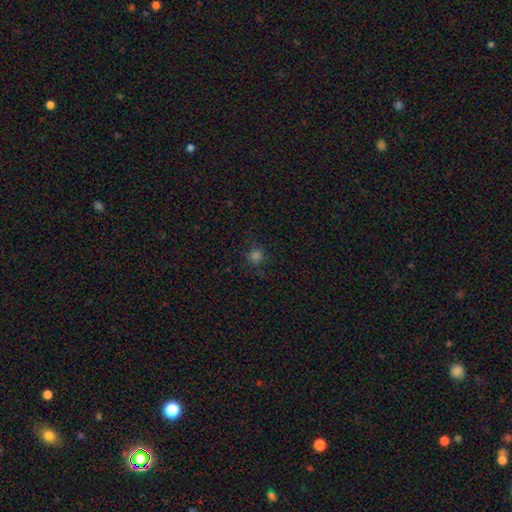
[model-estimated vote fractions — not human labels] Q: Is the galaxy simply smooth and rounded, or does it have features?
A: smooth — 71%.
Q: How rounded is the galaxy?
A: round — 92%.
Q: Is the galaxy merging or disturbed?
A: none — 82%.